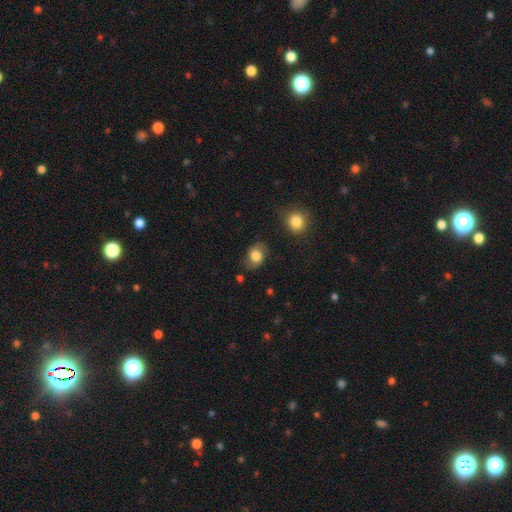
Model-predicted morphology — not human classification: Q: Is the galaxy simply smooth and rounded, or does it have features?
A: smooth — 75%.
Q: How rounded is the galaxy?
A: in between — 71%.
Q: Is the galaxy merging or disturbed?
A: none — 75%.